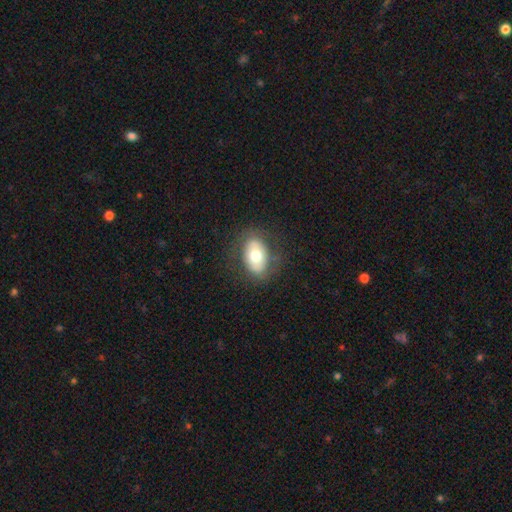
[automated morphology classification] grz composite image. It shows a smooth galaxy with no disk features (62%) that is in between round and cigar-shaped (84%). Merging: none (78%).